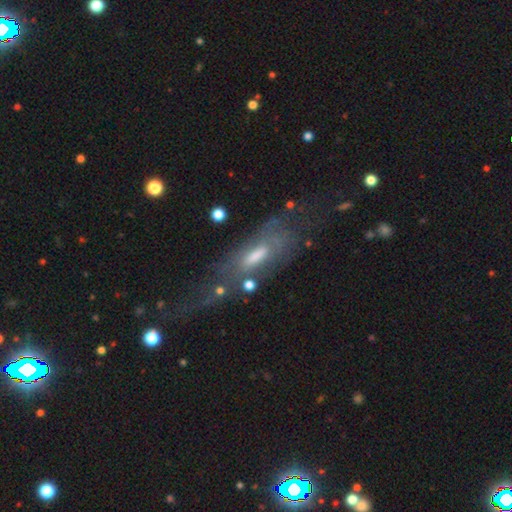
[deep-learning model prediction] A featured or disk galaxy (61%). Merging: none (45%).